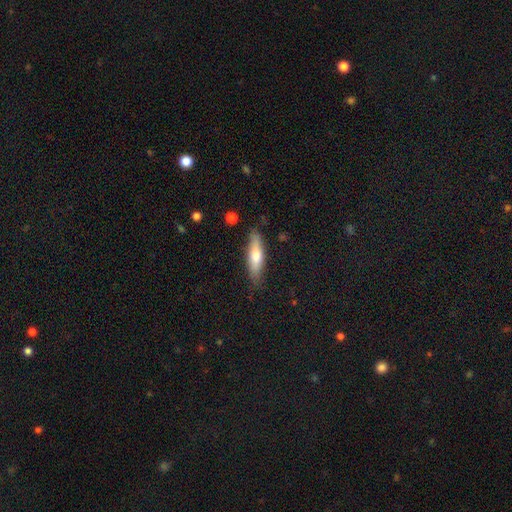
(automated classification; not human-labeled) A smooth galaxy with no disk features (62%) that is cigar-shaped (66%). Merging: none (82%).